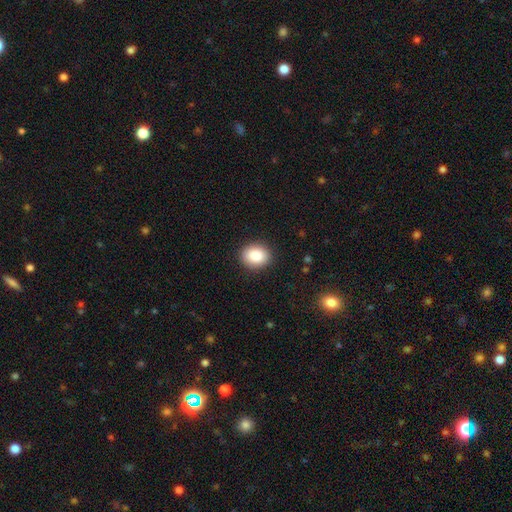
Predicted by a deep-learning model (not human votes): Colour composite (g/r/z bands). It shows a smooth galaxy with no disk features (87%) that is round (54%). Merging: none (90%).